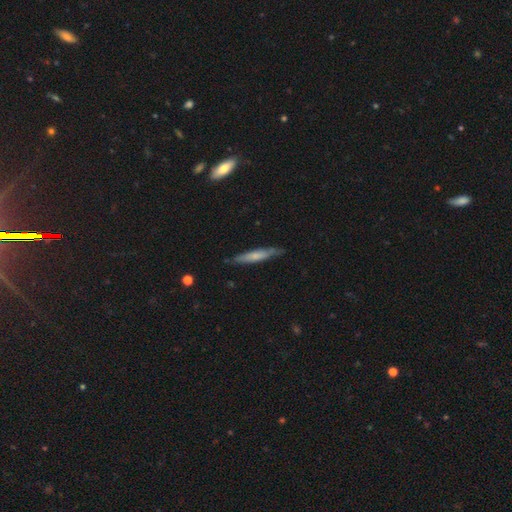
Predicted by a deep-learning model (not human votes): Smooth or featured?
  - smooth: 59% *
  - featured or disk: 35%
  - star or artifact: 6%
How rounded?
  - cigar-shaped: 92% *
  - in between: 7%
  - round: 1%
Merging?
  - none: 81% *
  - minor disturbance: 15%
  - major disturbance: 2%
  - merger: 1%